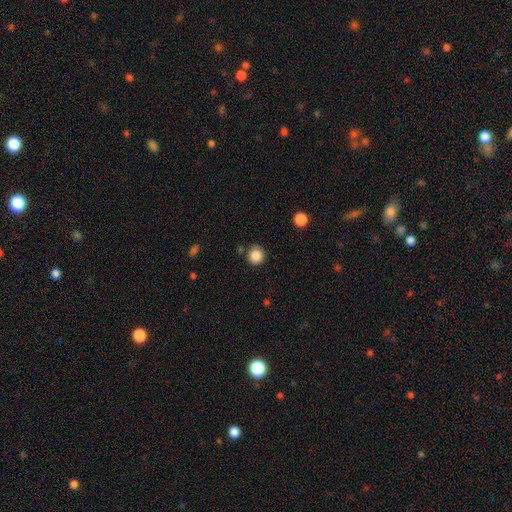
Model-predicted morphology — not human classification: type=smooth (86%); roundness=round (92%); merging=none (84%).